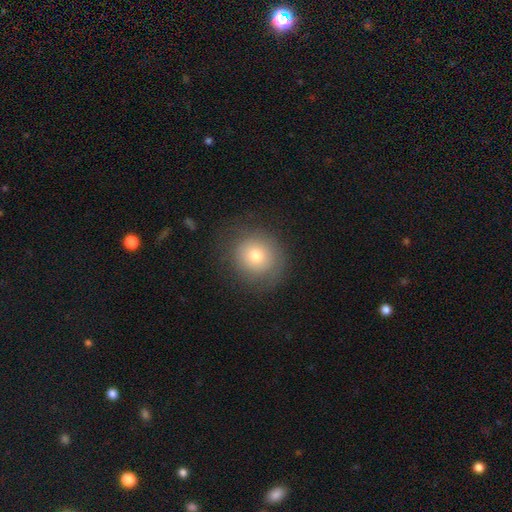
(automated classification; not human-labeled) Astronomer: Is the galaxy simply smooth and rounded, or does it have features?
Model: smooth — 72%.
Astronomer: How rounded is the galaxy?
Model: round — 89%.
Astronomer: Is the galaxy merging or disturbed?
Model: none — 78%.